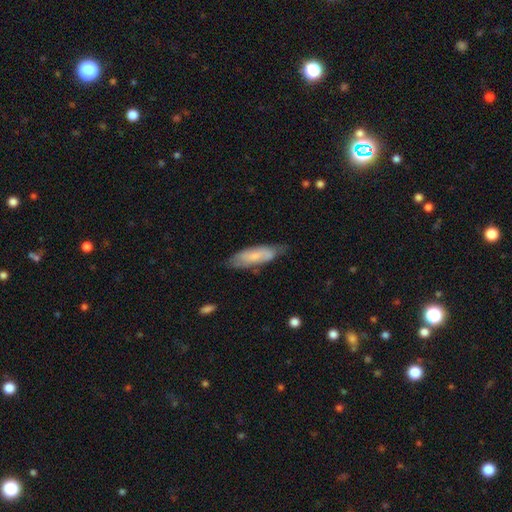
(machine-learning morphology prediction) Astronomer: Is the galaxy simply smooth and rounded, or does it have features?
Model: smooth — 62%.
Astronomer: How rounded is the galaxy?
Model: in between — 54% (runner-up: cigar-shaped, 45%).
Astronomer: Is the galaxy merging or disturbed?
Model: none — 66%.